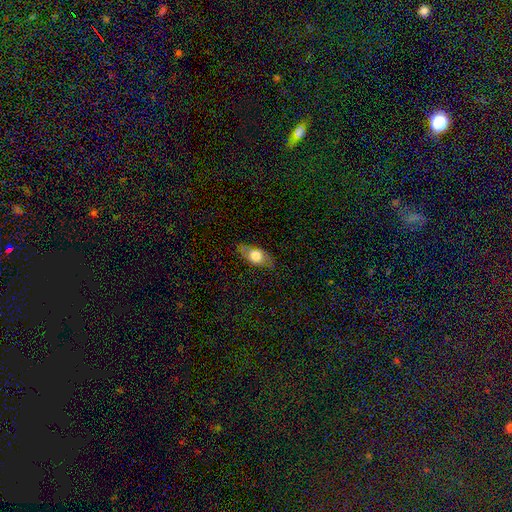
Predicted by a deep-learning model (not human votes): Smooth or featured? Predicted: smooth (p=0.60). How rounded? Predicted: in between (p=0.78). Merging? Predicted: none (p=0.76).